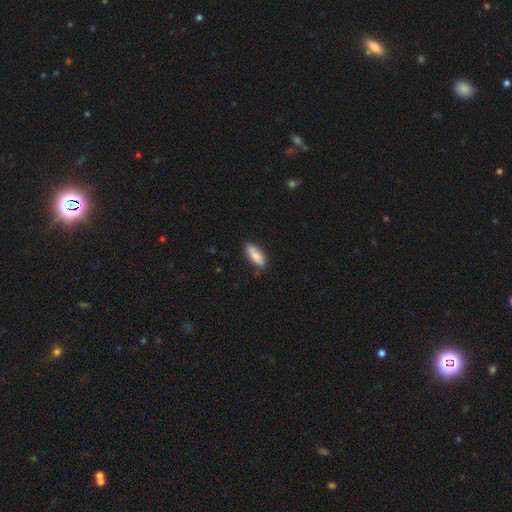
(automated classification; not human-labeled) Smooth or featured: smooth — 82% (featured or disk — 12%)
How rounded: in between — 73% (cigar-shaped — 25%)
Merging: none — 78% (minor disturbance — 17%)